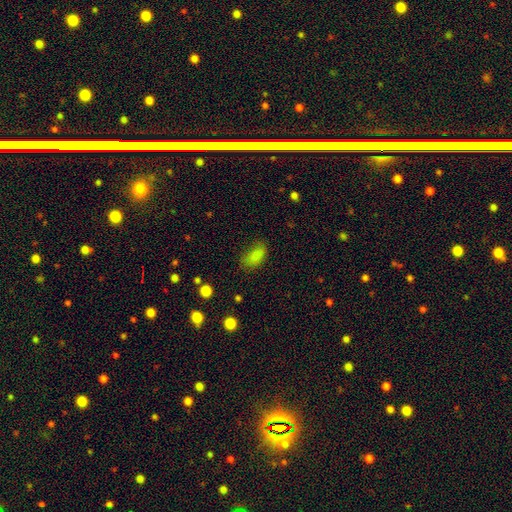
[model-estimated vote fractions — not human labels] smooth_or_featured: smooth (p=0.83) [alt: star or artifact p=0.11]
how_rounded: in between (p=0.89) [alt: cigar-shaped p=0.06]
merging: none (p=0.67) [alt: minor disturbance p=0.24]